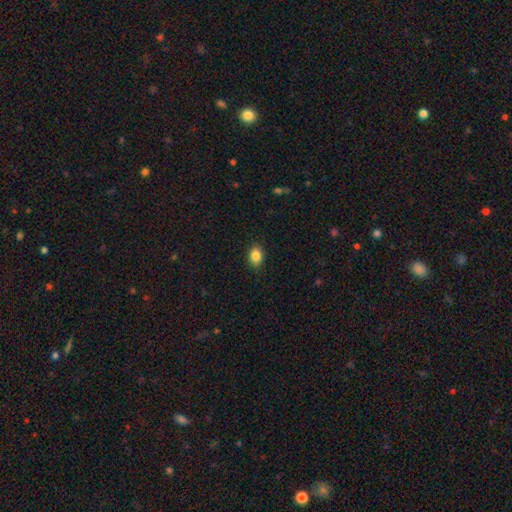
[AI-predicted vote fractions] A smooth galaxy with no disk features (86%) that is in between round and cigar-shaped (78%).

Vote fractions:
- Smooth or featured? smooth: 86% / star or artifact: 9% / featured or disk: 5%
- How rounded? in between: 78% / round: 21% / cigar-shaped: 1%
- Merging? none: 87% / minor disturbance: 10% / major disturbance: 2% / merger: 1%